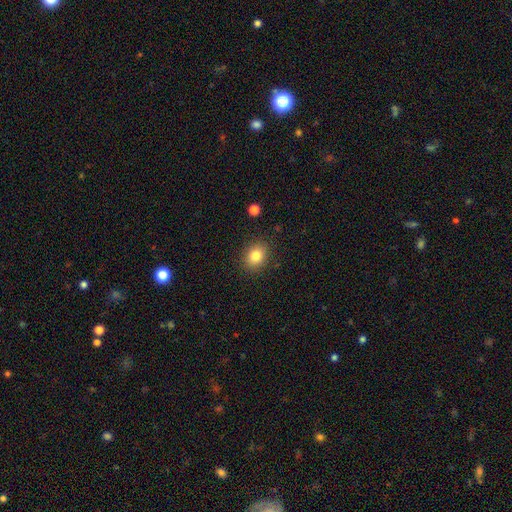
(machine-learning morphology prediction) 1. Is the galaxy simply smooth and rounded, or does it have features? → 82% smooth, 11% star or artifact, 7% featured or disk.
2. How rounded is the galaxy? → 58% round, 41% in between, 1% cigar-shaped.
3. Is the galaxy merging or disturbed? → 88% none, 8% minor disturbance, 2% major disturbance, 1% merger.